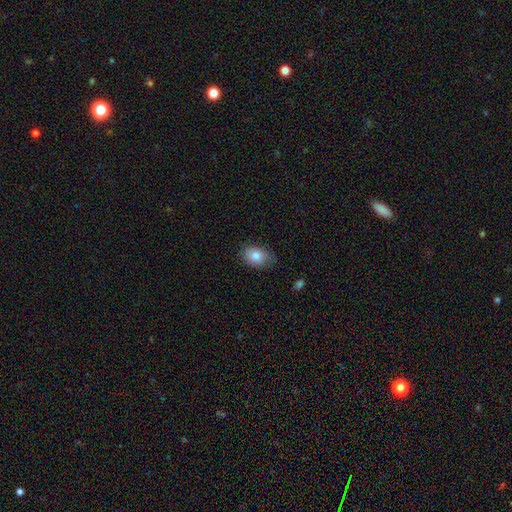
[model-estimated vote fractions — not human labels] smooth 82%, featured or disk 10%, star or artifact 8%. Down the decision tree: how rounded — in between (81%); merging — none (76%).